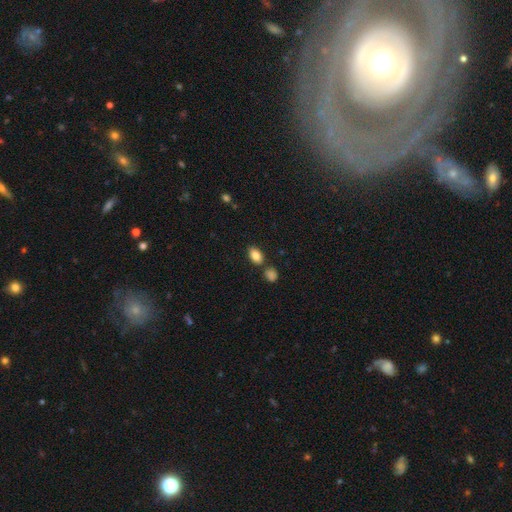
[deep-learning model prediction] The model was most divided on "merging": none: 77%, minor disturbance: 11%, merger: 10%, major disturbance: 3%. More confident: how rounded — in between (89%); smooth or featured — smooth (84%).